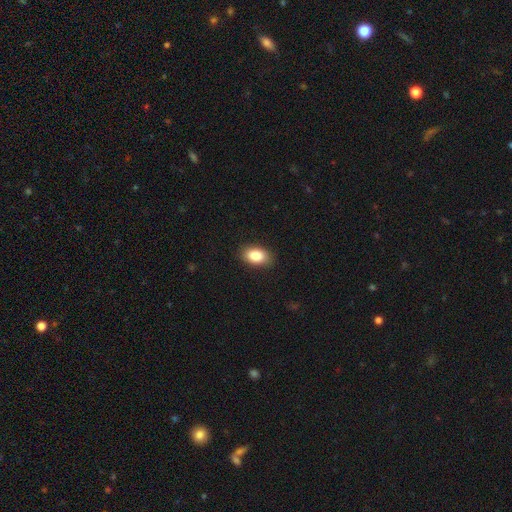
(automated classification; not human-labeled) smooth_or_featured: smooth (p=0.87) [alt: star or artifact p=0.07]
how_rounded: in between (p=0.90) [alt: round p=0.08]
merging: none (p=0.87) [alt: minor disturbance p=0.10]